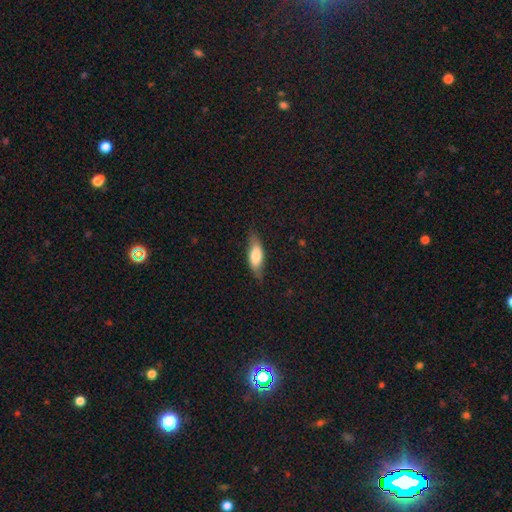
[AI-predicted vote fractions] Morphology: type=smooth (69%); roundness=in between (66%); merging=none (70%).